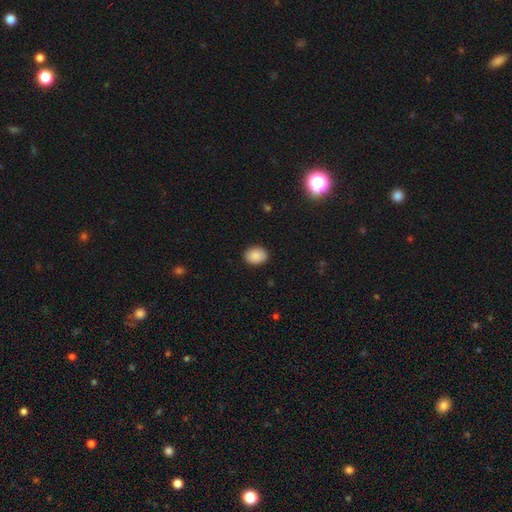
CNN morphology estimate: A smooth galaxy with no disk features (89%) that is in between round and cigar-shaped (64%). Merging: none (89%).